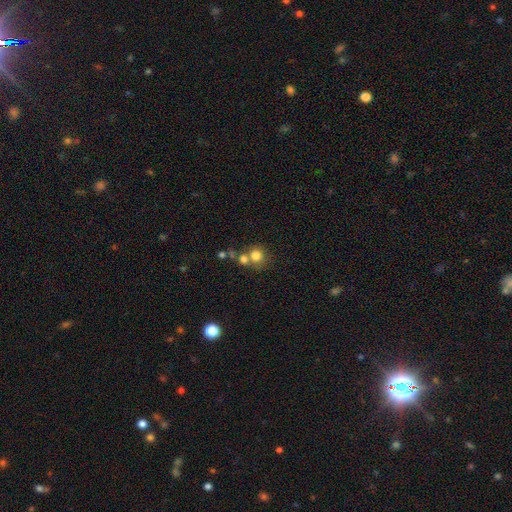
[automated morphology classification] Smooth or featured? smooth (77%)
How rounded? round (86%)
Merging? none (50%)